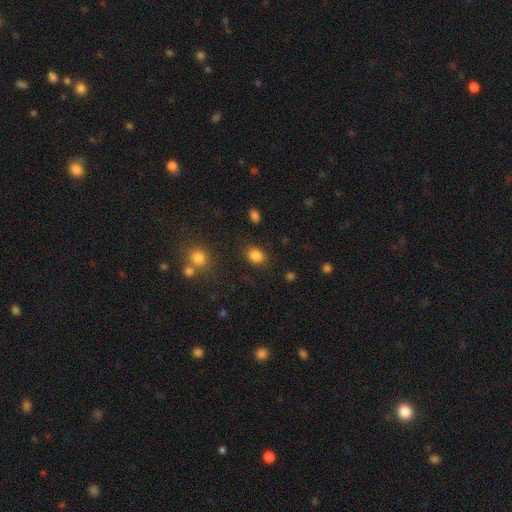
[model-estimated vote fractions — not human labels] A smooth galaxy with no disk features (85%) that is in between round and cigar-shaped (63%).

Vote fractions:
- Smooth or featured? smooth: 85% / star or artifact: 10% / featured or disk: 5%
- How rounded? in between: 63% / round: 36% / cigar-shaped: 1%
- Merging? none: 83% / minor disturbance: 11% / major disturbance: 4% / merger: 3%